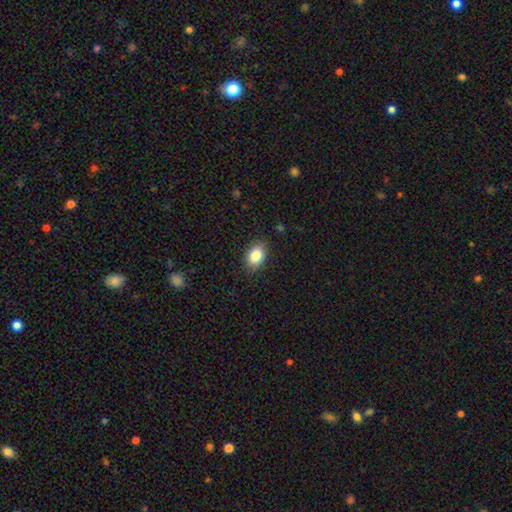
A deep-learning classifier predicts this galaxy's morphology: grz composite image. It shows a smooth galaxy with no disk features (84%) that is in between round and cigar-shaped (83%). Merging: none (86%).